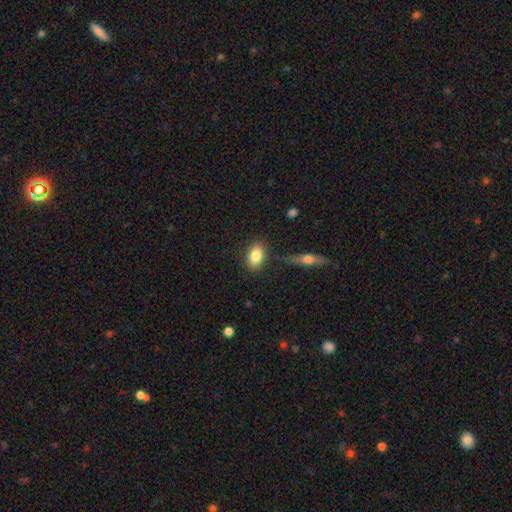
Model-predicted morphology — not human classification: type=smooth (81%); roundness=in between (83%); merging=none (81%).